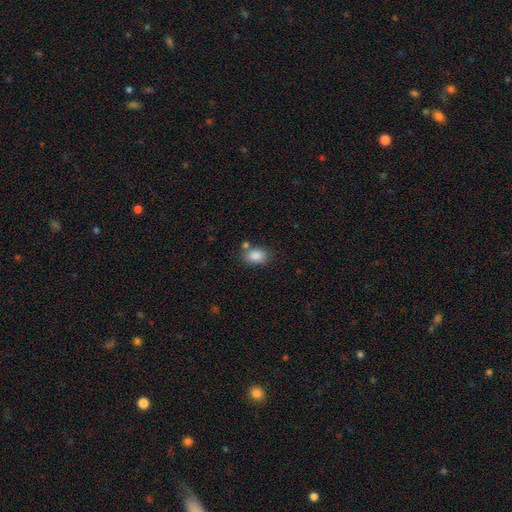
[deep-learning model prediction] A smooth galaxy with no disk features (87%) that is in between round and cigar-shaped (76%). Merging: none (68%).